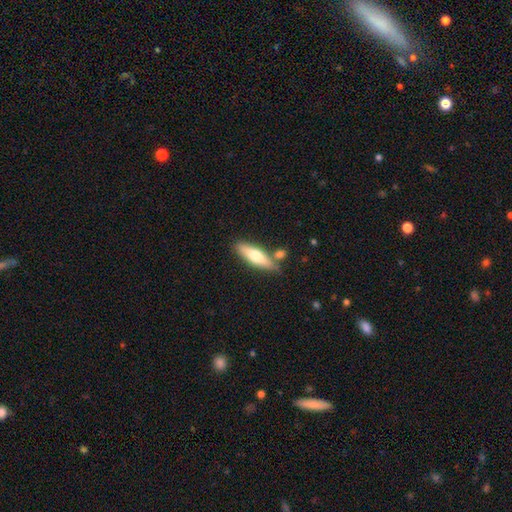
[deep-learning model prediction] smooth_or_featured: smooth (p=0.57) [alt: featured or disk p=0.37]
how_rounded: cigar-shaped (p=0.61) [alt: in between p=0.37]
merging: none (p=0.72) [alt: minor disturbance p=0.13]